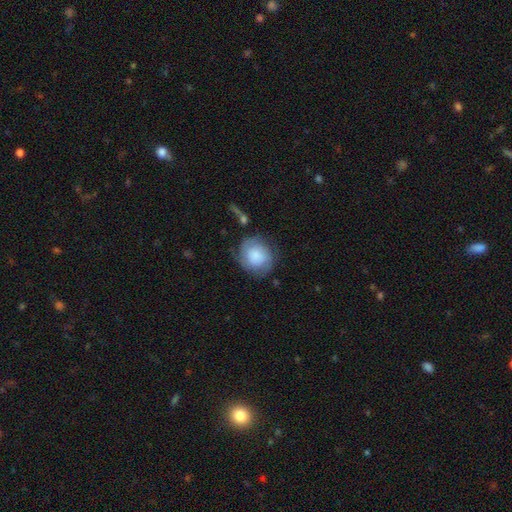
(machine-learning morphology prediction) smooth 64%, featured or disk 28%, star or artifact 8%. Down the decision tree: how rounded — round (79%); merging — none (69%).